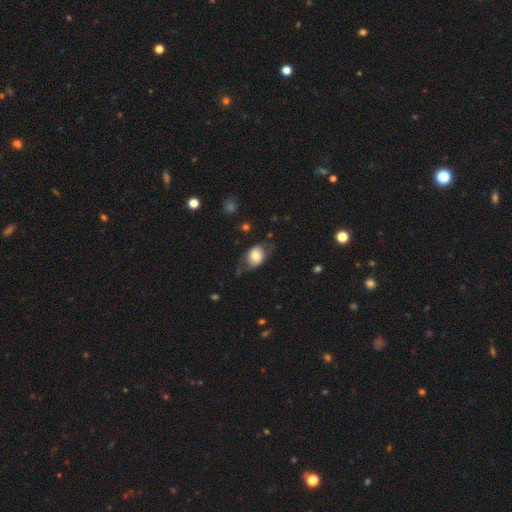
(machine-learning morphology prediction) A smooth galaxy with no disk features (71%) that is in between round and cigar-shaped (70%). Merging: none (60%).